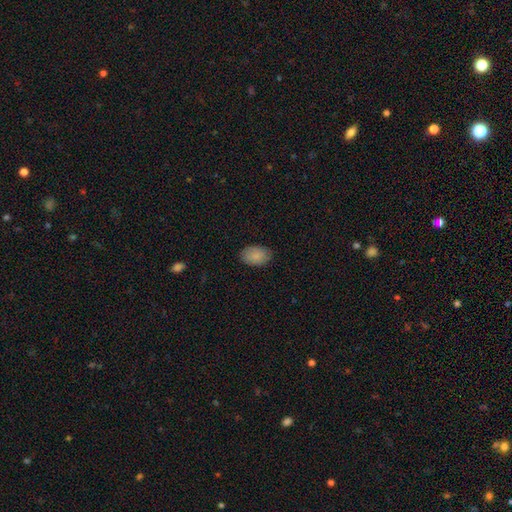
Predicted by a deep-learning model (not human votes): This appears to be a smooth galaxy with no disk features (88%) that is in between round and cigar-shaped (88%). Merging: none (84%).